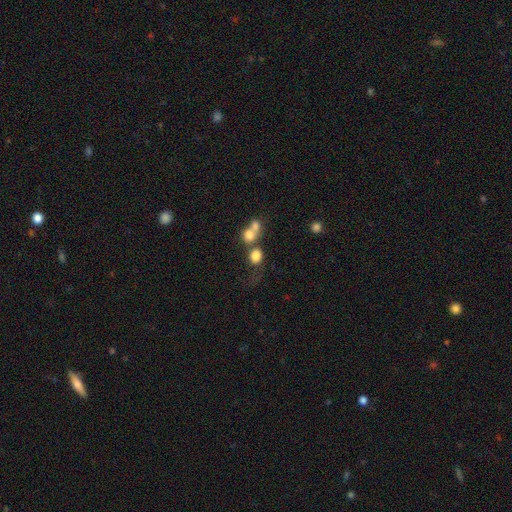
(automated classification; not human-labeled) smooth_or_featured: smooth (p=0.76) [alt: star or artifact p=0.12]
how_rounded: round (p=0.72) [alt: in between p=0.26]
merging: merger (p=0.47) [alt: none p=0.35]